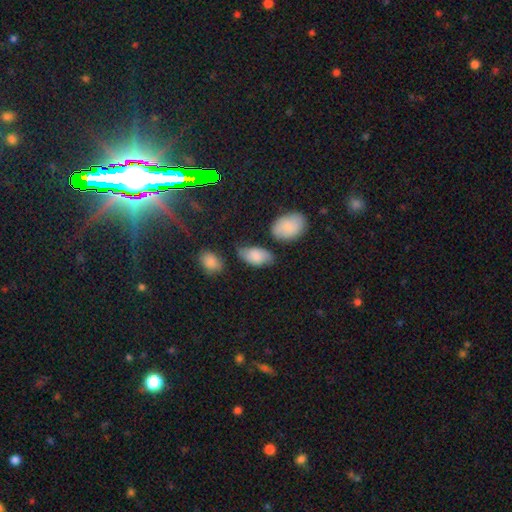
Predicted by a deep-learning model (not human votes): A smooth galaxy with no disk features (75%) that is in between round and cigar-shaped (93%).

Vote fractions:
- Smooth or featured? smooth: 75% / featured or disk: 17% / star or artifact: 8%
- How rounded? in between: 93% / round: 5% / cigar-shaped: 3%
- Merging? none: 59% / minor disturbance: 27% / major disturbance: 7% / merger: 7%